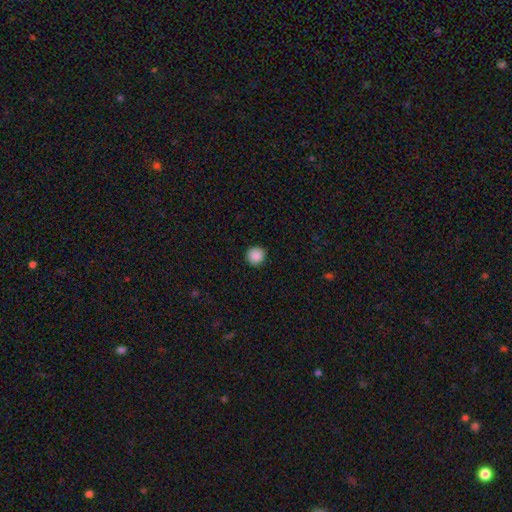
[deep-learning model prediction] This appears to be a smooth galaxy with no disk features (88%) that is round (94%). Merging: none (91%).